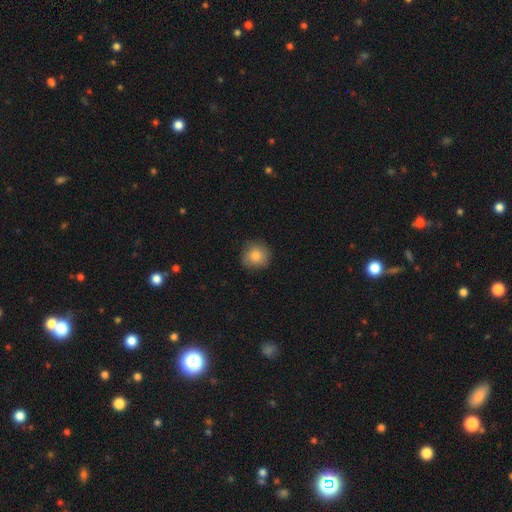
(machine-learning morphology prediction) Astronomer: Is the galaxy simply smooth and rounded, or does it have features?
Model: smooth — 84%.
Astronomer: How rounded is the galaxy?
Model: round — 90%.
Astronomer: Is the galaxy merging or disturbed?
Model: none — 84%.